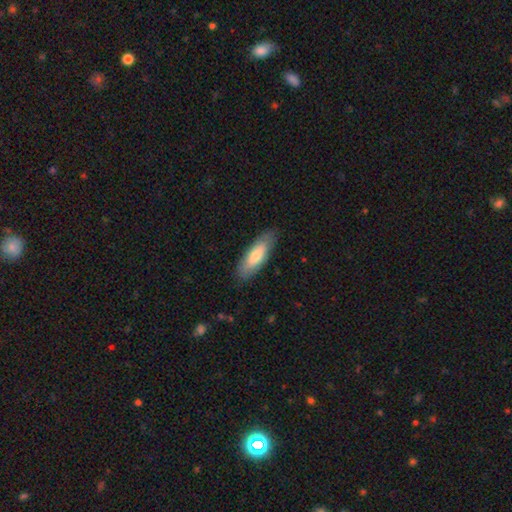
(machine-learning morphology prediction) Smooth or featured?
  - smooth: 71% *
  - featured or disk: 24%
  - star or artifact: 6%
How rounded?
  - in between: 55% *
  - cigar-shaped: 43%
  - round: 2%
Merging?
  - none: 85% *
  - minor disturbance: 11%
  - major disturbance: 2%
  - merger: 1%